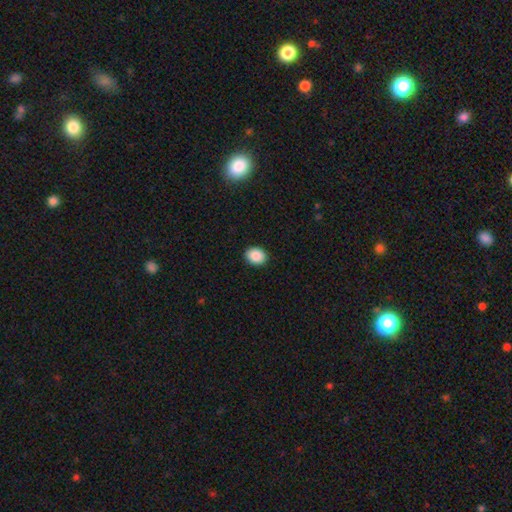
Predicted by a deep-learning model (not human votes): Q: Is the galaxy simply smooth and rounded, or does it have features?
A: smooth — 88%.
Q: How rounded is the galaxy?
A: in between — 52%.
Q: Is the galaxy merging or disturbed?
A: none — 91%.